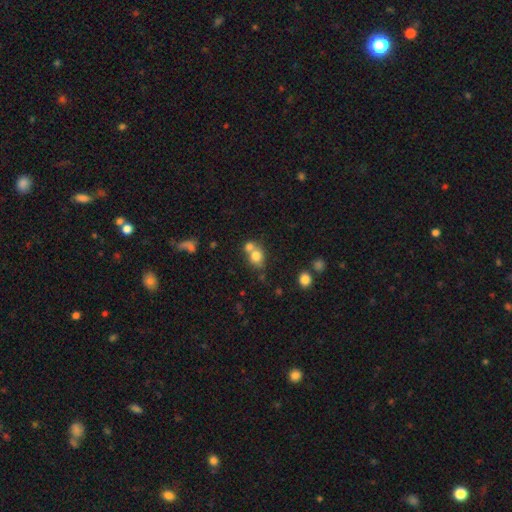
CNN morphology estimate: This is likely a smooth galaxy (76%). How rounded: likely round (65%). Merging: possibly merger (51%).